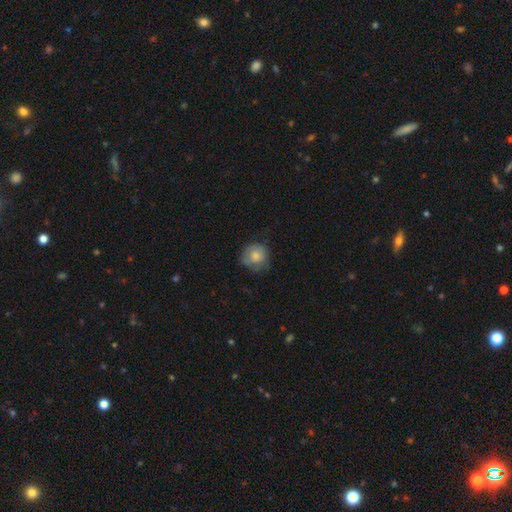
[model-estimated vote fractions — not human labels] Smooth or featured? Predicted: smooth (p=0.70). How rounded? Predicted: round (p=0.87). Merging? Predicted: none (p=0.61).